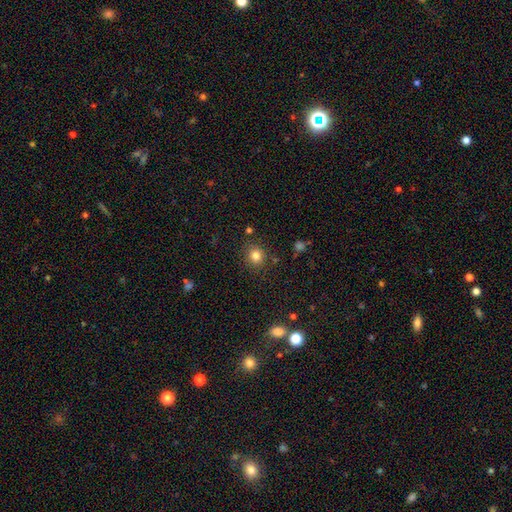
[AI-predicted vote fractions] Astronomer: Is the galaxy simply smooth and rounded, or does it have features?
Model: smooth — 81%.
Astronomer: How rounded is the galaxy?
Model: round — 86%.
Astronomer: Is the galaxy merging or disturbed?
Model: none — 86%.